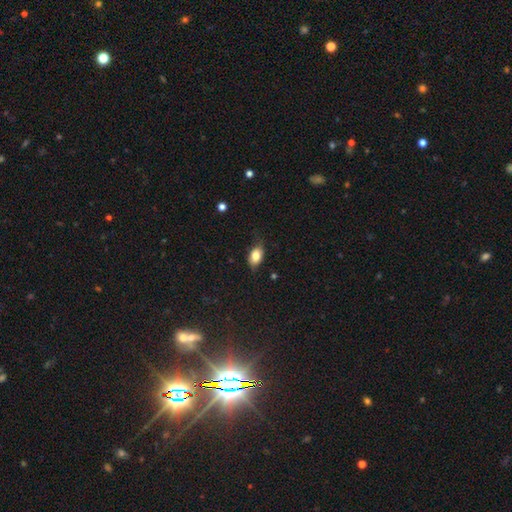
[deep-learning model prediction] A smooth galaxy with no disk features (79%) that is in between round and cigar-shaped (87%).

Vote fractions:
- Smooth or featured? smooth: 79% / featured or disk: 13% / star or artifact: 8%
- How rounded? in between: 87% / round: 11% / cigar-shaped: 2%
- Merging? none: 68% / minor disturbance: 24% / major disturbance: 6% / merger: 1%